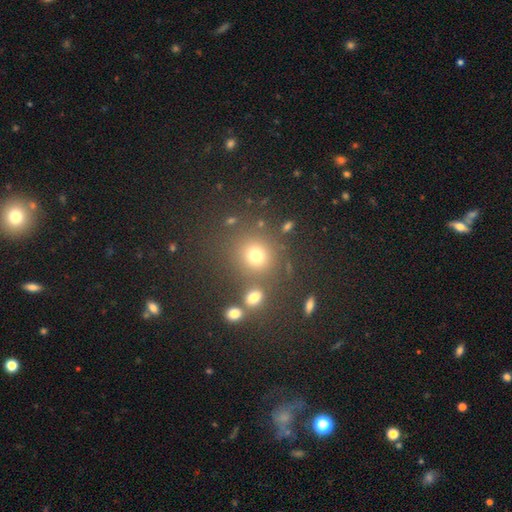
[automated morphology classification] Smooth or featured? smooth (72%)
How rounded? round (83%)
Merging? none (72%)